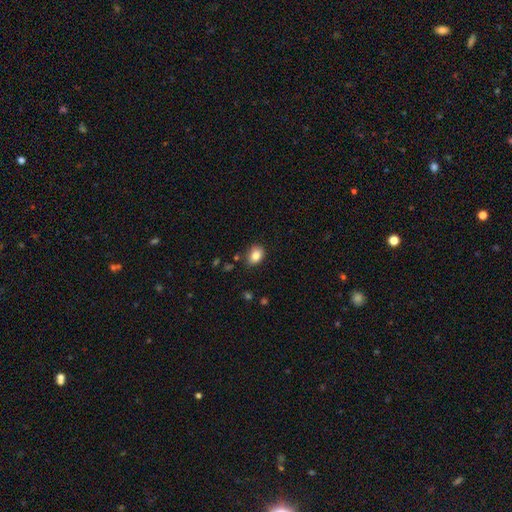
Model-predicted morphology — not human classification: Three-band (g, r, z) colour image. It shows a smooth galaxy with no disk features (84%) that is in between round and cigar-shaped (66%). Merging: none (80%).